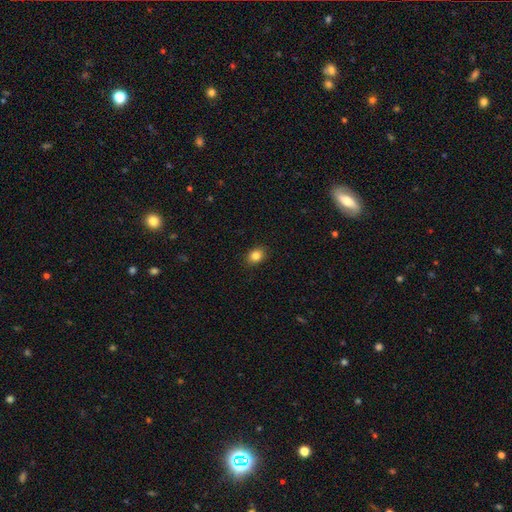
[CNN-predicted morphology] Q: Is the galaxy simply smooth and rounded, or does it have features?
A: smooth — 84%.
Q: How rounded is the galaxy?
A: in between — 55%.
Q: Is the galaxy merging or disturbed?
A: none — 89%.